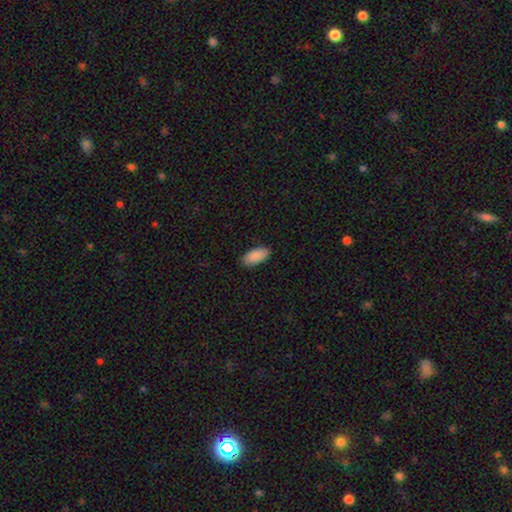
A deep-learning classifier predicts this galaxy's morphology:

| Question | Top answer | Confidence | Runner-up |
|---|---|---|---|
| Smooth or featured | smooth | 90% | star or artifact (6%) |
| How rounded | in between | 91% | cigar-shaped (7%) |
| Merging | none | 87% | minor disturbance (10%) |